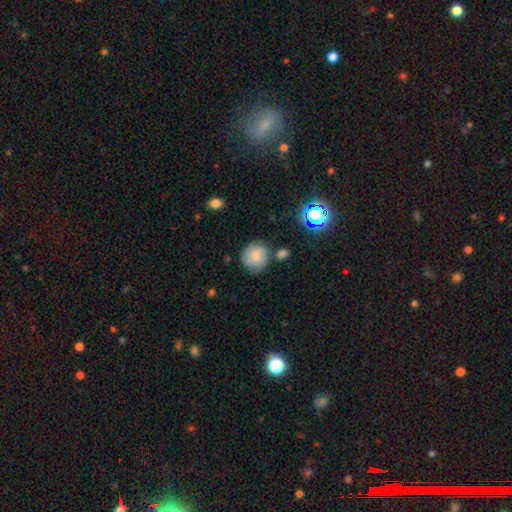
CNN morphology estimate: Smooth or featured?
  - smooth: 67% *
  - featured or disk: 23%
  - star or artifact: 10%
How rounded?
  - round: 82% *
  - in between: 17%
  - cigar-shaped: 1%
Merging?
  - none: 62% *
  - minor disturbance: 23%
  - merger: 8%
  - major disturbance: 7%